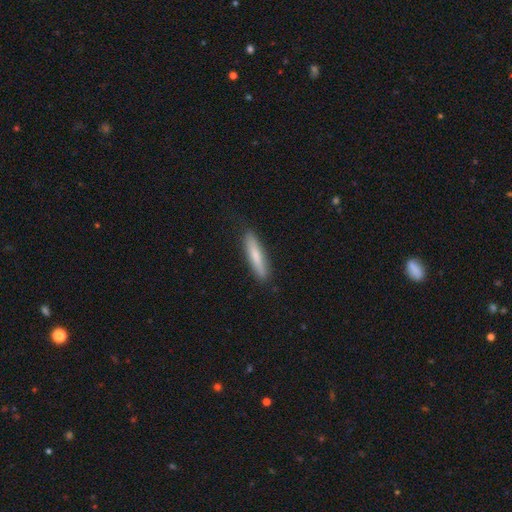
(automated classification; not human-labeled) Smooth or featured: smooth — 74% (featured or disk — 20%)
How rounded: cigar-shaped — 88% (in between — 10%)
Merging: none — 87% (minor disturbance — 10%)